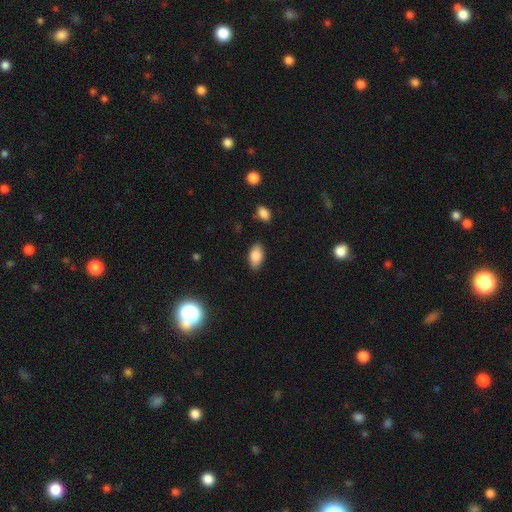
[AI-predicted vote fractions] This is clearly a smooth galaxy (84%). How rounded: clearly in between (93%). Merging: clearly none (85%).